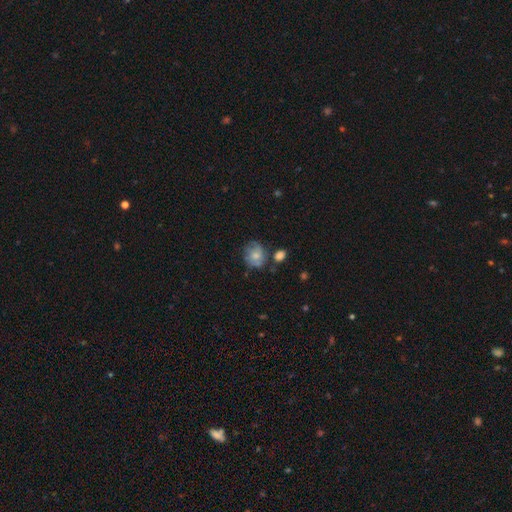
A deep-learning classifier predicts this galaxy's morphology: smooth-or-featured: smooth: 61% | featured or disk: 30% | star or artifact: 9%
  how-rounded: round: 64% | in between: 35% | cigar-shaped: 1%
  merging: none: 53% | minor disturbance: 27% | major disturbance: 11% | merger: 9%